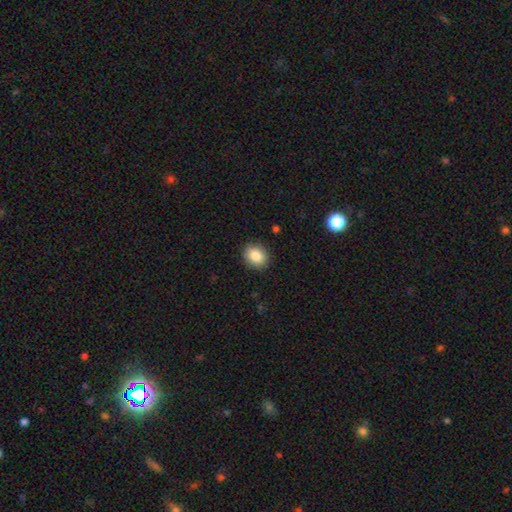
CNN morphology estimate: The model was most divided on "how rounded": in between: 55%, round: 44%, cigar-shaped: 1%. More confident: merging — none (88%); smooth or featured — smooth (86%).